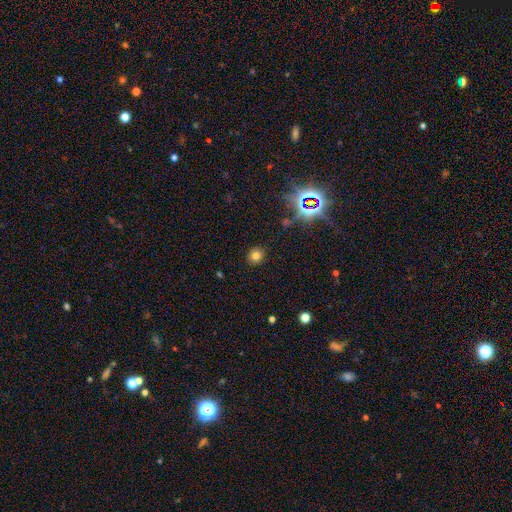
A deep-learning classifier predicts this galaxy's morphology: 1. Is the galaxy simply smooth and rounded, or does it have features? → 74% smooth, 19% star or artifact, 7% featured or disk.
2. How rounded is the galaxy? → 88% round, 11% in between, 1% cigar-shaped.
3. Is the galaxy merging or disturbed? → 89% none, 7% minor disturbance, 2% major disturbance, 1% merger.